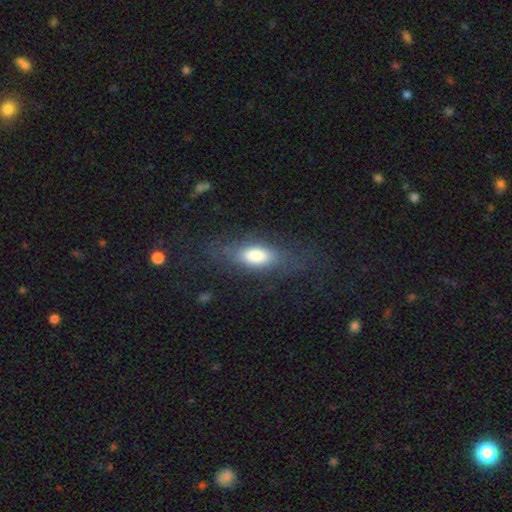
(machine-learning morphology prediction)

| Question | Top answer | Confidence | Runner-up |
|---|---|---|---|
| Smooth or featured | smooth | 65% | featured or disk (27%) |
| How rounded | in between | 79% | cigar-shaped (16%) |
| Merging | none | 68% | minor disturbance (18%) |